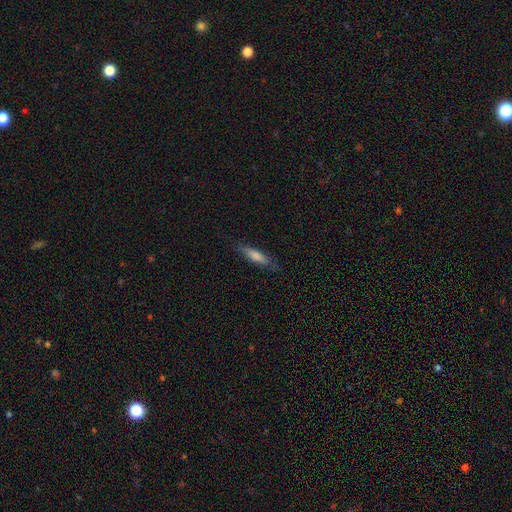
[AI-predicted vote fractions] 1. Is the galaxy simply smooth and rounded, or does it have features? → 56% smooth, 33% featured or disk, 10% star or artifact.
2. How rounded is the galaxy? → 81% cigar-shaped, 17% in between, 2% round.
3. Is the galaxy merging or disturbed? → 83% none, 13% minor disturbance, 3% major disturbance, 1% merger.